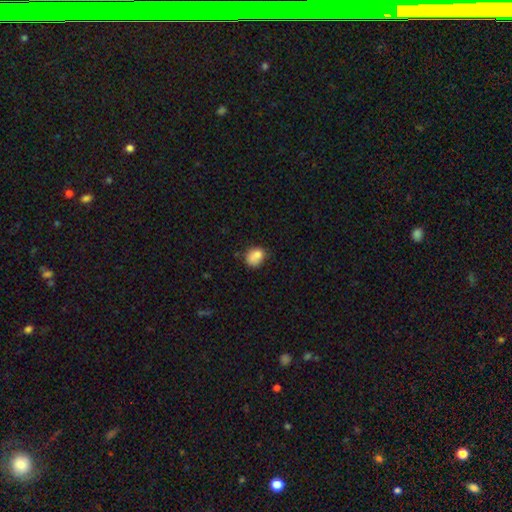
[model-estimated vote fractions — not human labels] smooth-or-featured: smooth: 81% | star or artifact: 10% | featured or disk: 9%
  how-rounded: in between: 50% | round: 49% | cigar-shaped: 1%
  merging: none: 52% | minor disturbance: 29% | merger: 10% | major disturbance: 8%